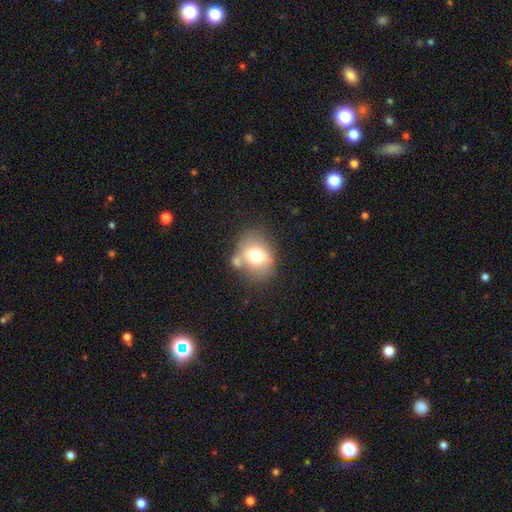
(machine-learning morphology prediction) Smooth or featured? Predicted: smooth (p=0.66). How rounded? Predicted: in between (p=0.50). Merging? Predicted: none (p=0.55).